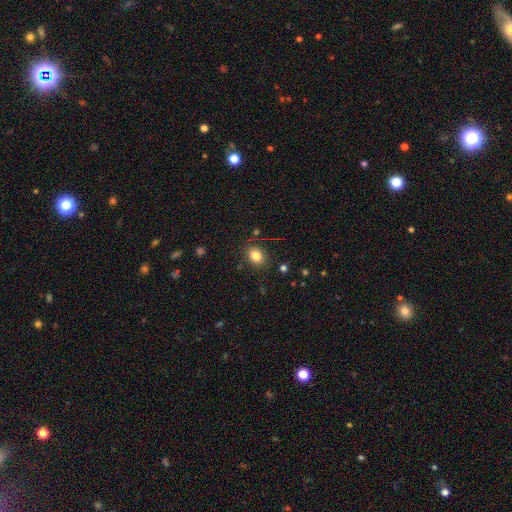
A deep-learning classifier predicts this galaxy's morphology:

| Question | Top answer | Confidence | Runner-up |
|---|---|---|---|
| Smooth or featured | smooth | 83% | star or artifact (11%) |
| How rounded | in between | 60% | round (39%) |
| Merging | none | 86% | minor disturbance (10%) |